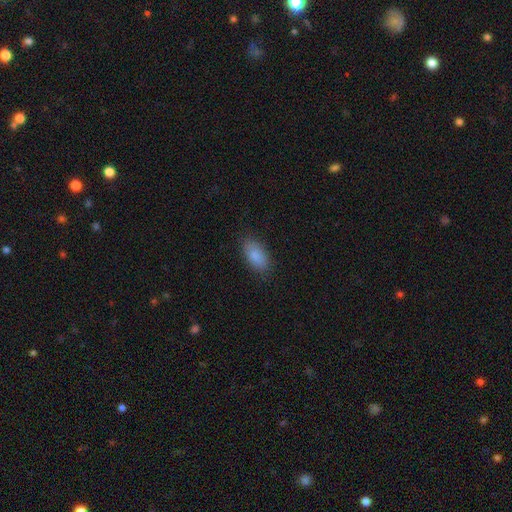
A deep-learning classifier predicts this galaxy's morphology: smooth 87%, star or artifact 7%, featured or disk 7%. Down the decision tree: how rounded — in between (91%); merging — none (86%).